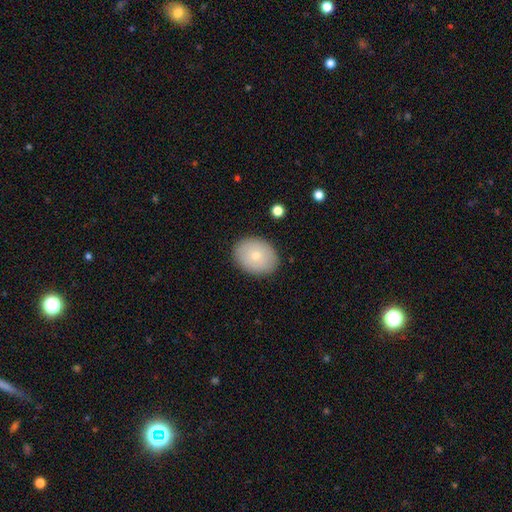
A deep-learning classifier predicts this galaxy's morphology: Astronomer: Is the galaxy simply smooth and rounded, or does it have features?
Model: smooth — 75%.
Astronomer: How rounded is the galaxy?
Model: in between — 59% (runner-up: round, 40%).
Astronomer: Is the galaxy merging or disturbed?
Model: none — 87%.